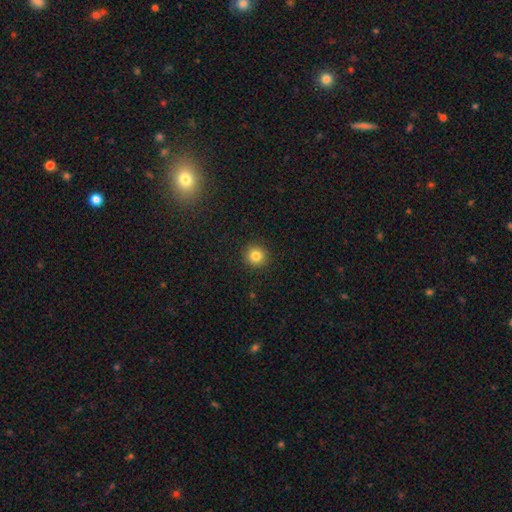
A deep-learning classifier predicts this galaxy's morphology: Q: Smooth or featured?
A: smooth (83%); runner-up: star or artifact (11%)
Q: How rounded?
A: round (94%); runner-up: in between (5%)
Q: Merging?
A: none (92%); runner-up: minor disturbance (5%)